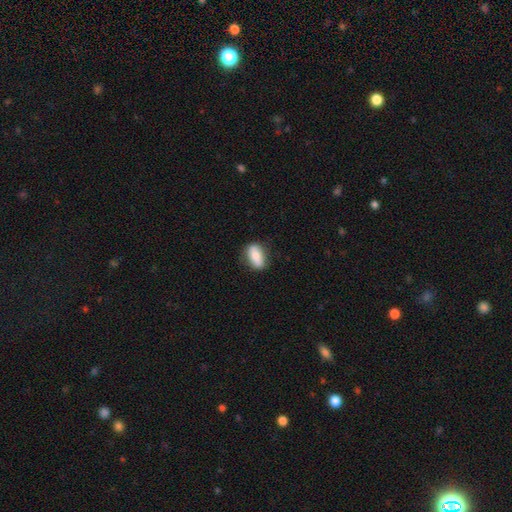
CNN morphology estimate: A smooth galaxy with no disk features (74%) that is in between round and cigar-shaped (83%).

Vote fractions:
- Smooth or featured? smooth: 74% / featured or disk: 19% / star or artifact: 7%
- How rounded? in between: 83% / cigar-shaped: 11% / round: 7%
- Merging? none: 81% / minor disturbance: 15% / major disturbance: 3% / merger: 1%